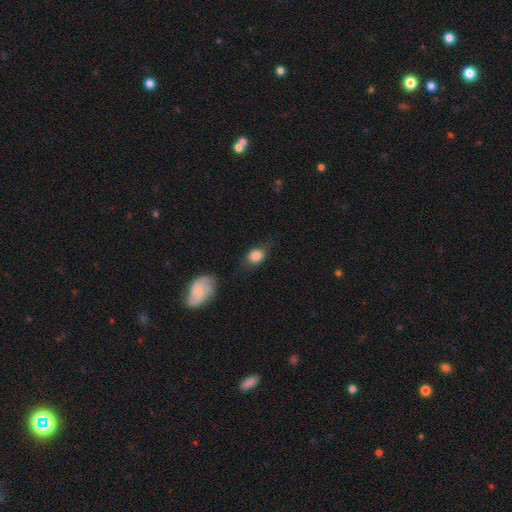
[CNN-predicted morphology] Smooth or featured? smooth (81%)
How rounded? in between (62%)
Merging? none (59%)